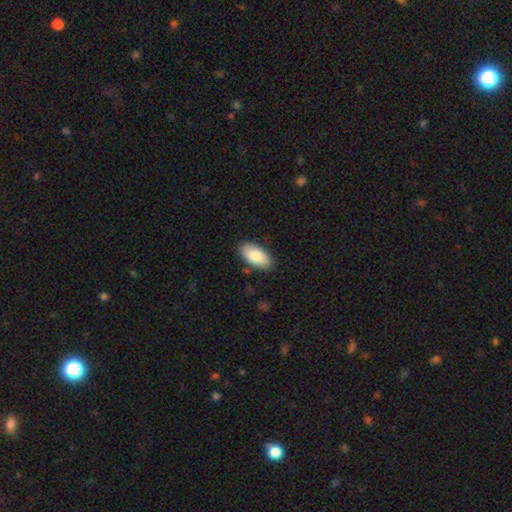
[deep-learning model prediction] A smooth galaxy with no disk features (84%) that is in between round and cigar-shaped (94%).

Vote fractions:
- Smooth or featured? smooth: 84% / featured or disk: 10% / star or artifact: 6%
- How rounded? in between: 94% / cigar-shaped: 3% / round: 2%
- Merging? none: 86% / minor disturbance: 11% / major disturbance: 2% / merger: 1%